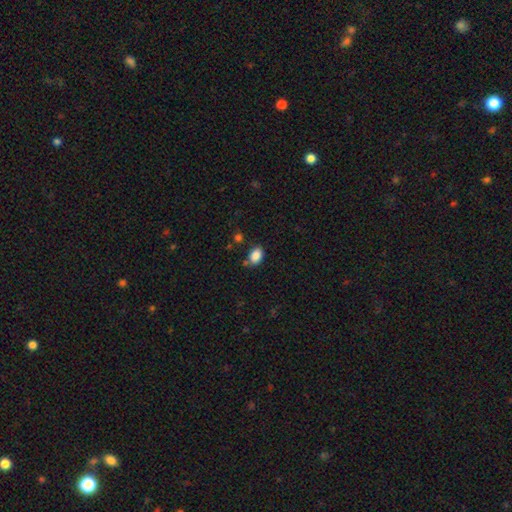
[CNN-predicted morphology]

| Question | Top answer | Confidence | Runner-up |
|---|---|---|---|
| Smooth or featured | smooth | 87% | star or artifact (9%) |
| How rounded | in between | 79% | round (20%) |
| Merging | none | 75% | minor disturbance (15%) |